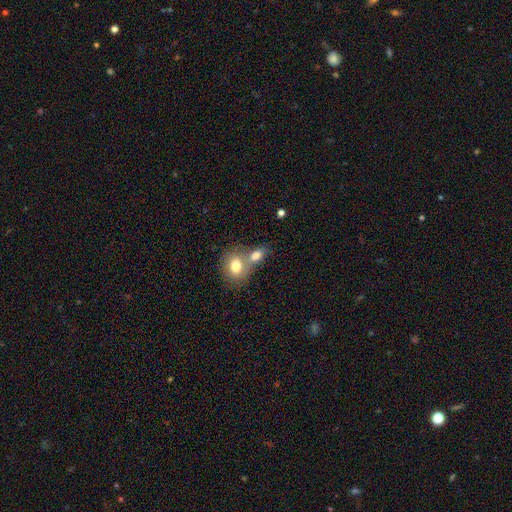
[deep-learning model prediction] Overall: smooth (77%). How rounded: in between (71%). Merging: merger (59%; none 29%).